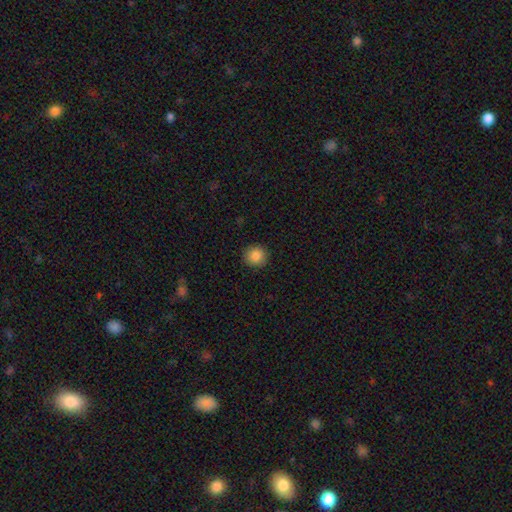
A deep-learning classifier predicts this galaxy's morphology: Overall: smooth (86%). How rounded: round (91%). Merging: none (91%).